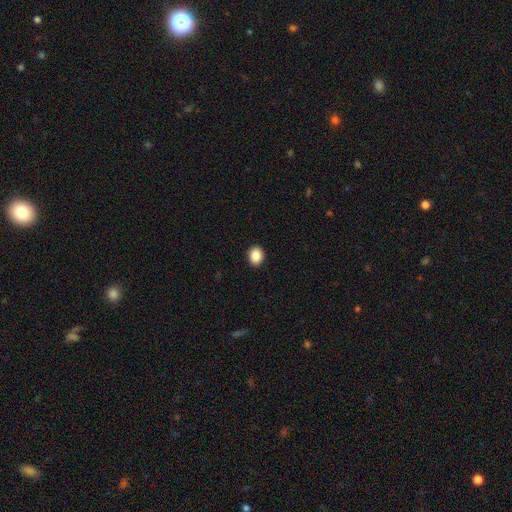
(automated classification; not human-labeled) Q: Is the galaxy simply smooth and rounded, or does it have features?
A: smooth — 88%.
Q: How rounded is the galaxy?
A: round — 58%.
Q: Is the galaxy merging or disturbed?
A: none — 92%.